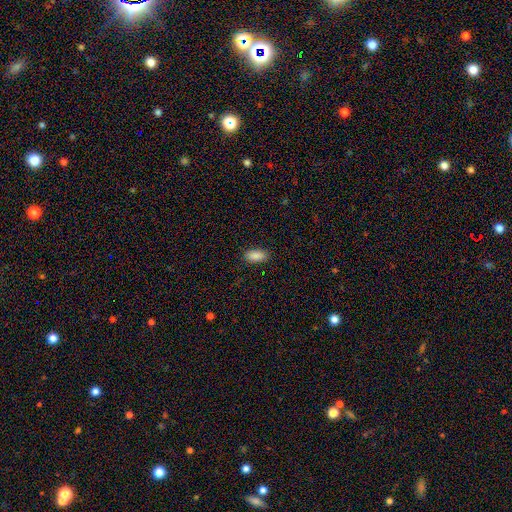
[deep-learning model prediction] This is clearly a smooth galaxy (89%). How rounded: clearly in between (92%). Merging: clearly none (88%).